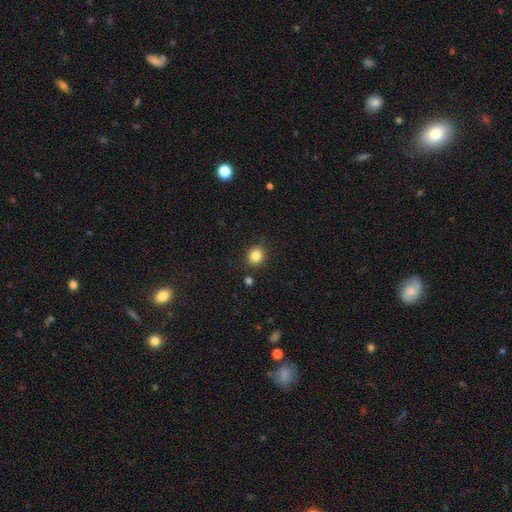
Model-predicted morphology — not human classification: A smooth galaxy with no disk features (84%) that is round (80%). Merging: none (87%).